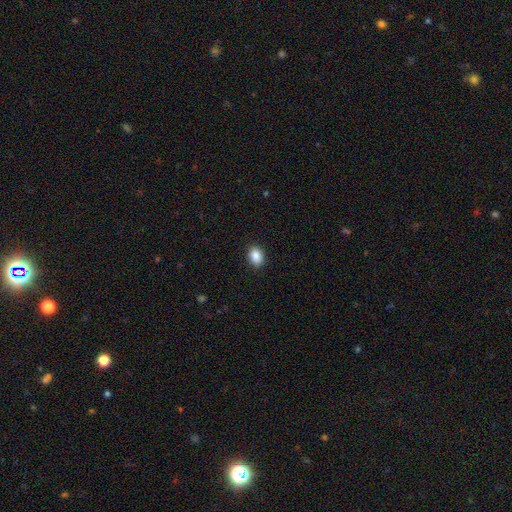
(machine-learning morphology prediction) This appears to be a smooth galaxy with no disk features (88%) that is in between round and cigar-shaped (73%). Merging: none (90%).